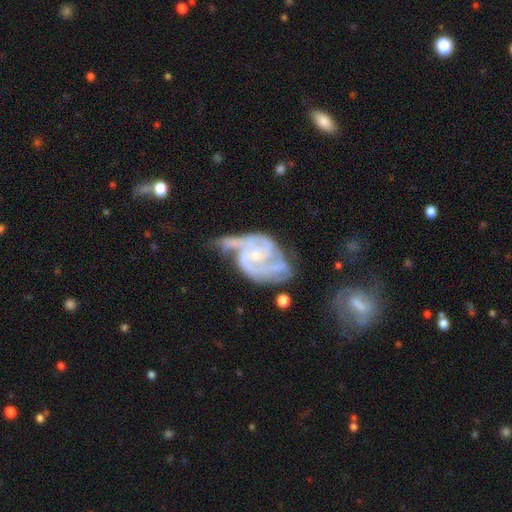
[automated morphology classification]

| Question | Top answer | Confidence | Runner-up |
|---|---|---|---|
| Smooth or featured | featured or disk | 90% | star or artifact (5%) |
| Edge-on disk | no | 98% | yes (2%) |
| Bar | no | 65% | weak (27%) |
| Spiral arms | yes | 97% | no (3%) |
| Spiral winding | medium | 45% | tight (44%) |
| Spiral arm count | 3 | 37% | 2 (36%) |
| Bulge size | small | 75% | moderate (21%) |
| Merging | none | 36% | minor disturbance (28%) |